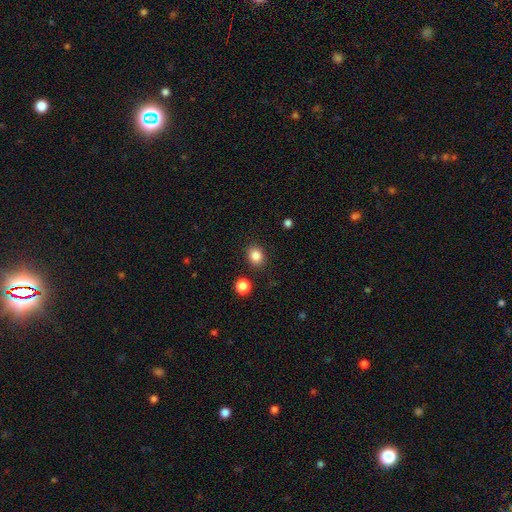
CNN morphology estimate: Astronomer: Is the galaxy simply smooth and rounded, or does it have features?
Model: smooth — 86%.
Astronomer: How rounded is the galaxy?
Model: round — 63%.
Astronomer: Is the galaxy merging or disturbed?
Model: none — 87%.